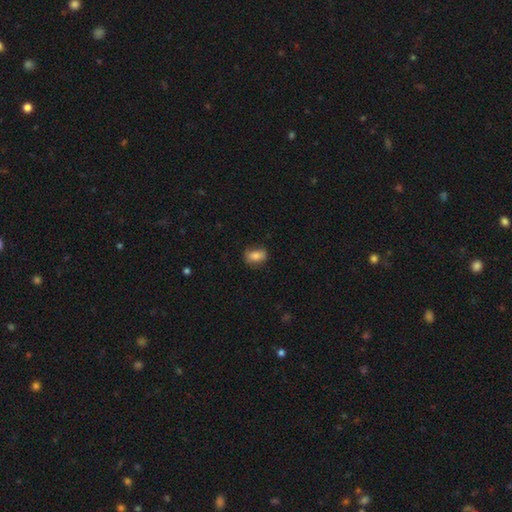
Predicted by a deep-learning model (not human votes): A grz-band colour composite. It shows a smooth galaxy with no disk features (76%) that is in between round and cigar-shaped (80%). Merging: none (75%).